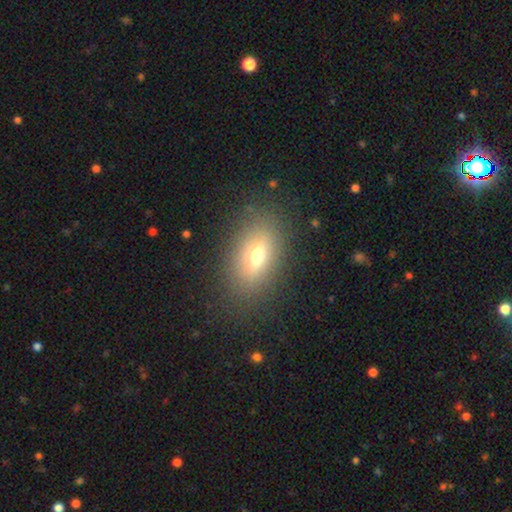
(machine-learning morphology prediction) Q: Smooth or featured?
A: smooth (62%); runner-up: featured or disk (24%)
Q: How rounded?
A: in between (79%); runner-up: round (16%)
Q: Merging?
A: none (83%); runner-up: minor disturbance (10%)